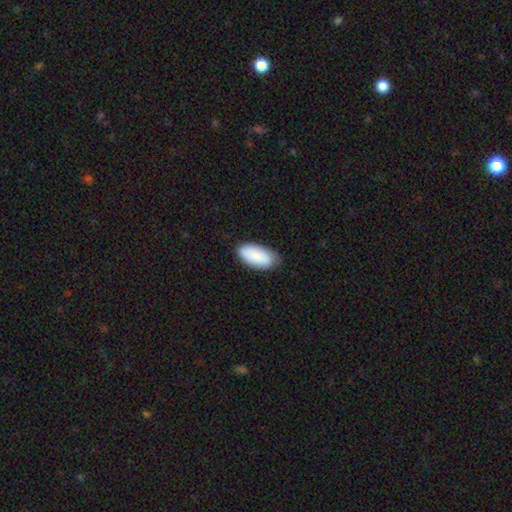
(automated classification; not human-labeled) smooth 89%, featured or disk 6%, star or artifact 6%. Down the decision tree: how rounded — in between (93%); merging — none (79%).